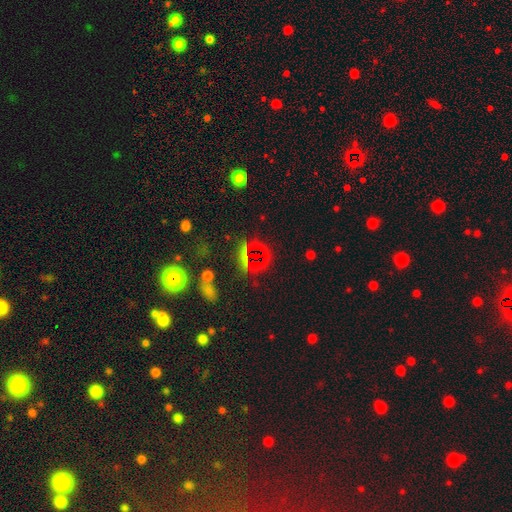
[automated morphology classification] Smooth or featured: star or artifact — 68% (smooth — 22%)